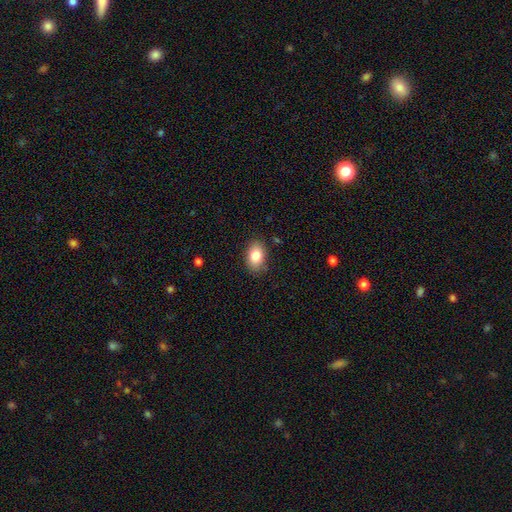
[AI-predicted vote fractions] Smooth or featured?
  - smooth: 84% *
  - featured or disk: 8%
  - star or artifact: 8%
How rounded?
  - in between: 86% *
  - round: 12%
  - cigar-shaped: 1%
Merging?
  - none: 84% *
  - minor disturbance: 12%
  - major disturbance: 3%
  - merger: 1%